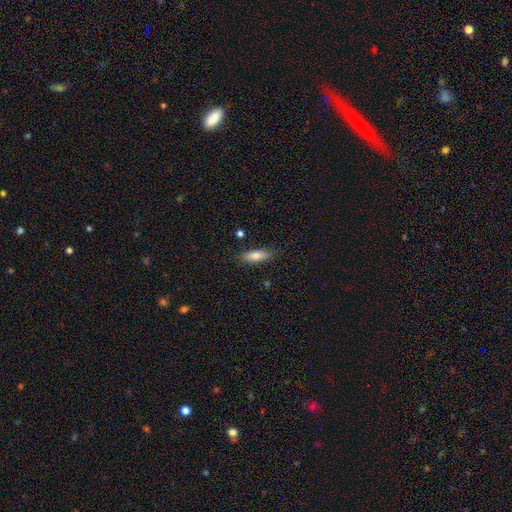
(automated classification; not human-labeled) This appears to be a smooth galaxy with no disk features (77%) that is in between round and cigar-shaped (55%). Merging: none (80%).